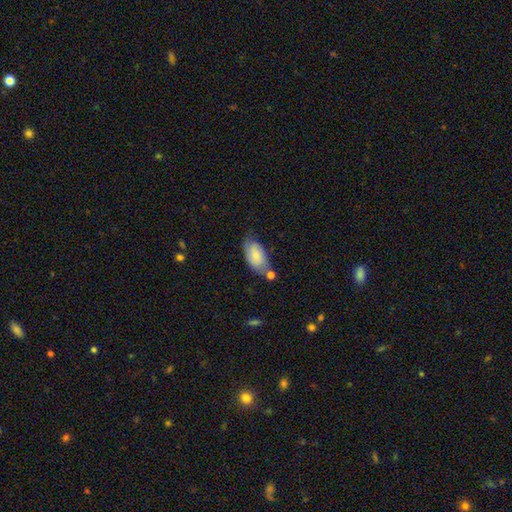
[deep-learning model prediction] Smooth or featured: smooth — 70% (featured or disk — 23%)
How rounded: in between — 92% (cigar-shaped — 4%)
Merging: none — 52% (minor disturbance — 27%)